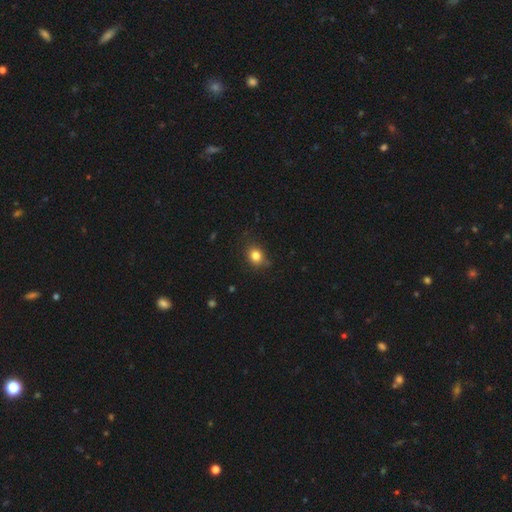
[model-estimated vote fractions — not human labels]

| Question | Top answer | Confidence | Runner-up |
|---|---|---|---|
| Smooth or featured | smooth | 82% | star or artifact (11%) |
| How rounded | round | 64% | in between (35%) |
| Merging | none | 79% | minor disturbance (16%) |